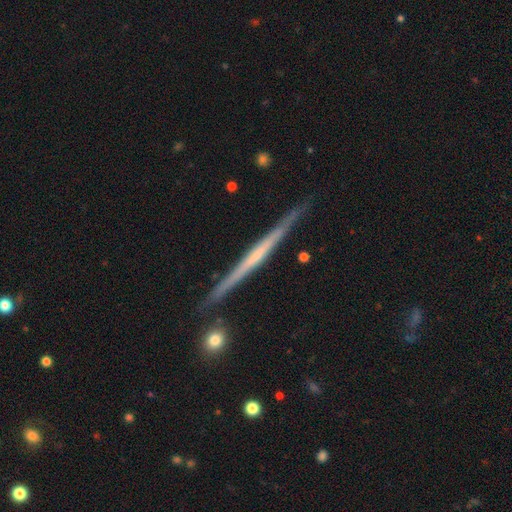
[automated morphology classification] Smooth or featured? featured or disk (73%)
Edge-on disk? yes (98%)
Edge-on bulge? none (75%)
Merging? none (88%)